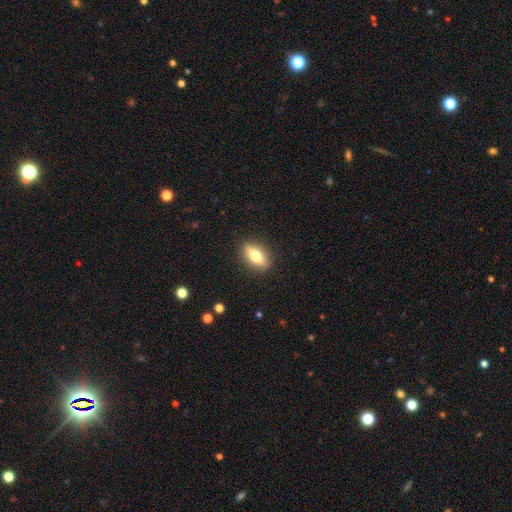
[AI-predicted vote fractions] The model was most divided on "smooth or featured": smooth: 71%, featured or disk: 21%, star or artifact: 7%. More confident: merging — none (88%); how rounded — in between (81%).